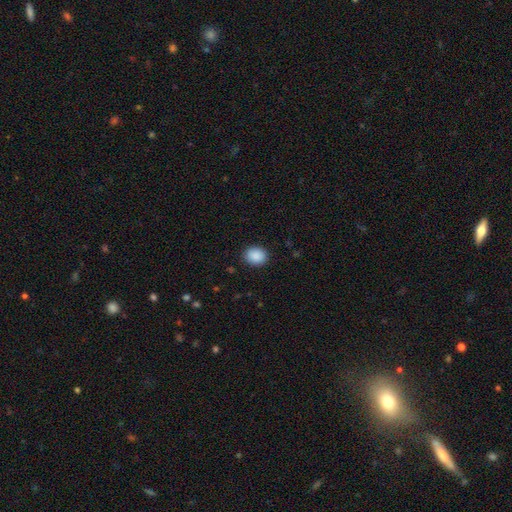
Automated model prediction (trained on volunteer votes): Smooth or featured?
  - smooth: 89% *
  - star or artifact: 7%
  - featured or disk: 3%
How rounded?
  - round: 57% *
  - in between: 42%
  - cigar-shaped: 1%
Merging?
  - none: 87% *
  - minor disturbance: 10%
  - major disturbance: 2%
  - merger: 1%